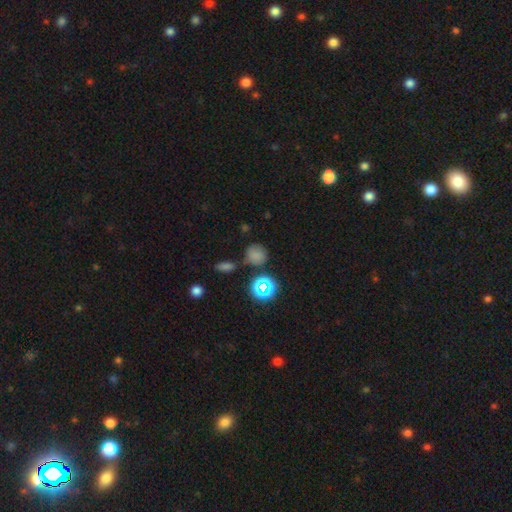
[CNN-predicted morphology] The model was most divided on "smooth or featured": smooth: 71%, star or artifact: 22%, featured or disk: 7%. More confident: how rounded — round (84%); merging — none (67%).